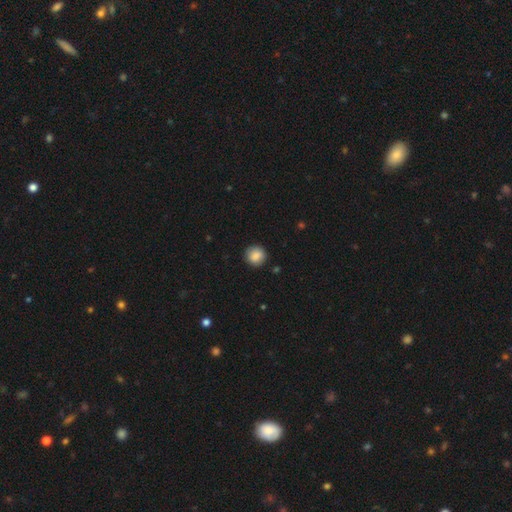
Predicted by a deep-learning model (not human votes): Q: Smooth or featured?
A: smooth (86%); runner-up: star or artifact (8%)
Q: How rounded?
A: round (91%); runner-up: in between (8%)
Q: Merging?
A: none (88%); runner-up: minor disturbance (9%)